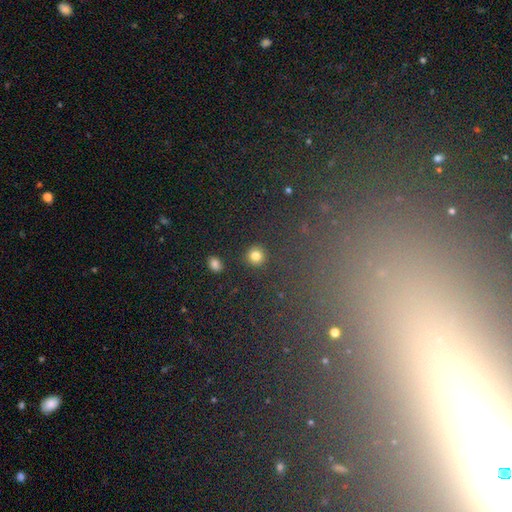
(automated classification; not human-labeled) The model was most divided on "smooth or featured": smooth: 82%, star or artifact: 12%, featured or disk: 5%. More confident: how rounded — round (92%); merging — none (90%).